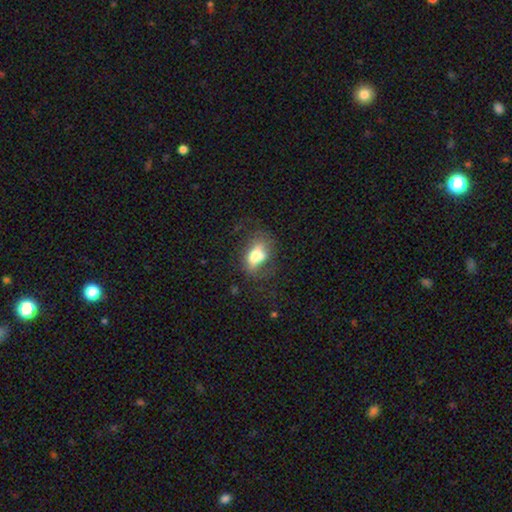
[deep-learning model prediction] Smooth or featured? Predicted: smooth (p=0.58). How rounded? Predicted: in between (p=0.78). Merging? Predicted: none (p=0.51).